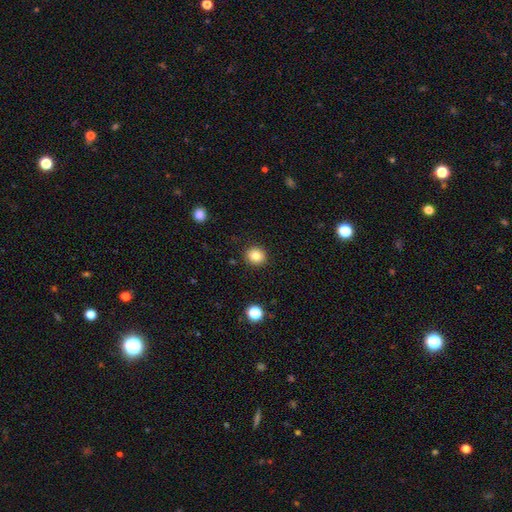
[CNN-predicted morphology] The model was most divided on "smooth or featured": smooth: 82%, star or artifact: 11%, featured or disk: 6%. More confident: merging — none (91%); how rounded — round (87%).